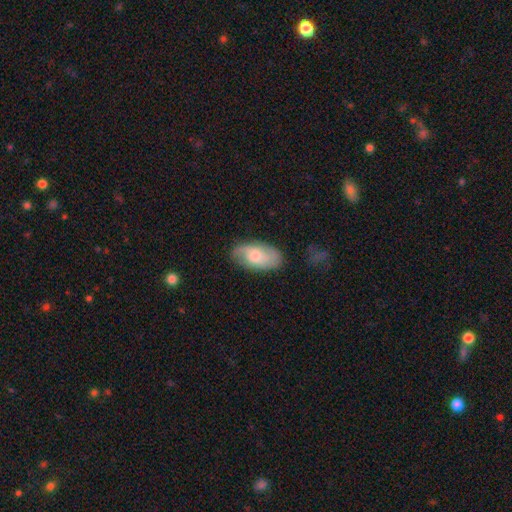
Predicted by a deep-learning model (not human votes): Q: Smooth or featured?
A: smooth (52%); runner-up: featured or disk (41%)
Q: How rounded?
A: in between (93%); runner-up: round (4%)
Q: Merging?
A: none (78%); runner-up: minor disturbance (16%)